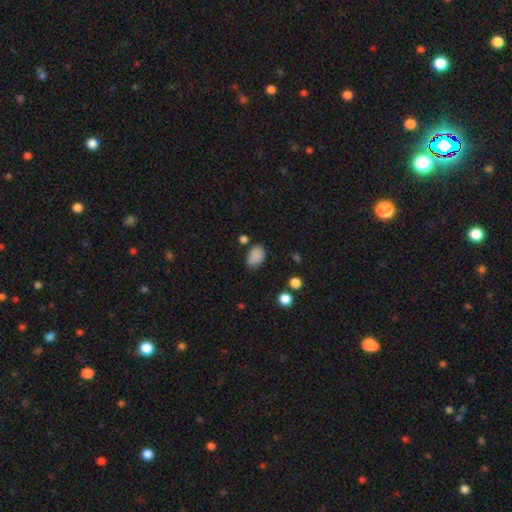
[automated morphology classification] type=smooth (87%); roundness=in between (86%); merging=none (72%).